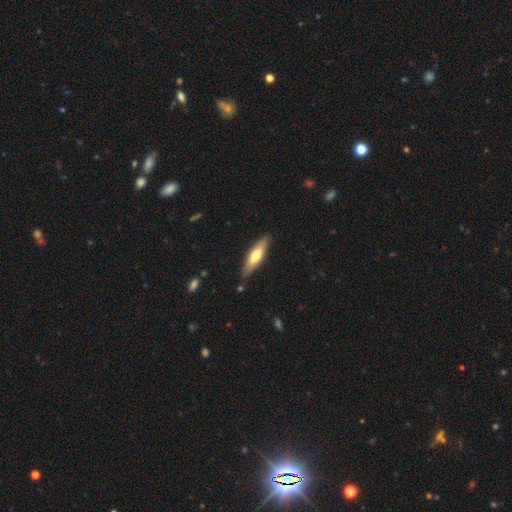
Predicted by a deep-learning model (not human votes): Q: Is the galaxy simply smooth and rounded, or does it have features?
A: smooth — 55%.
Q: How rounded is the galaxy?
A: cigar-shaped — 67%.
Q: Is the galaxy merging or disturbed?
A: none — 82%.